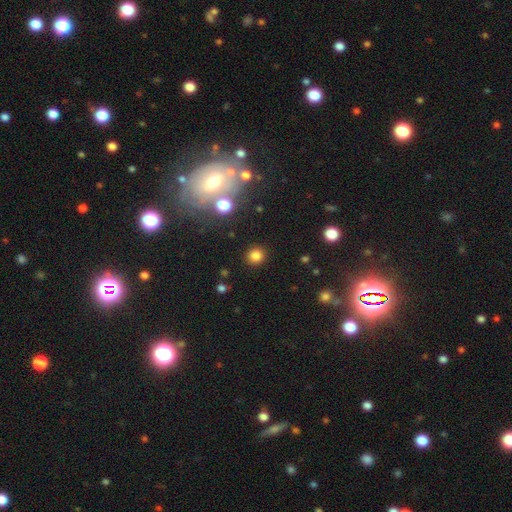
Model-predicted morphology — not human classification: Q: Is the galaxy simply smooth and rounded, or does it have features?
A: smooth — 81%.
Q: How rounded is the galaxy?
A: round — 90%.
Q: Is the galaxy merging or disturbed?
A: none — 91%.